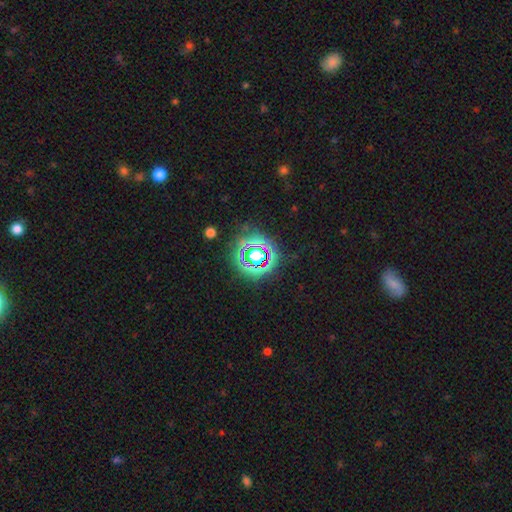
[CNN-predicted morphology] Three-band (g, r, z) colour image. It shows a star or artifact, not a galaxy (57%).